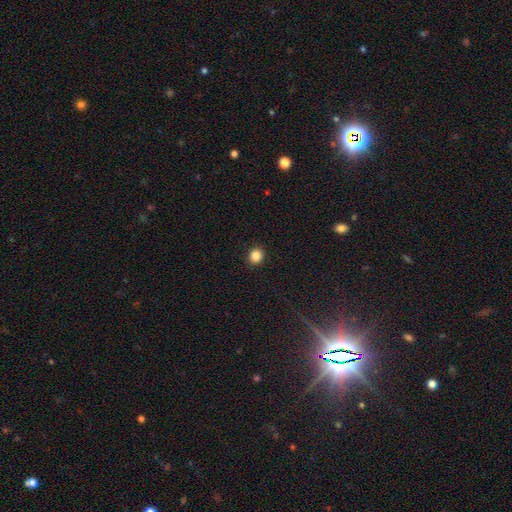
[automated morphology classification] A smooth galaxy with no disk features (85%) that is round (87%).

Vote fractions:
- Smooth or featured? smooth: 85% / star or artifact: 11% / featured or disk: 4%
- How rounded? round: 87% / in between: 12% / cigar-shaped: 1%
- Merging? none: 93% / minor disturbance: 5% / major disturbance: 2% / merger: 1%